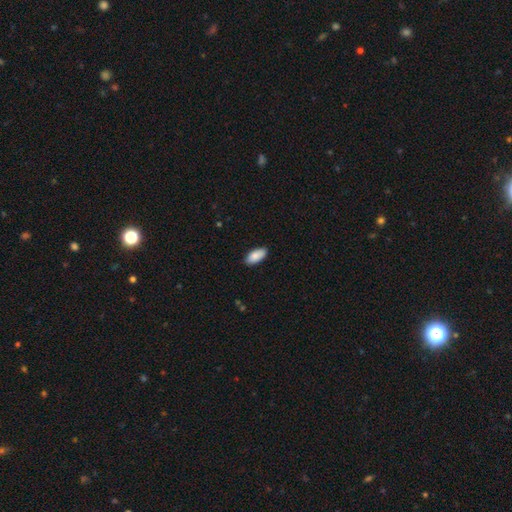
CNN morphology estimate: This appears to be a smooth galaxy with no disk features (87%) that is in between round and cigar-shaped (92%). Merging: none (87%).